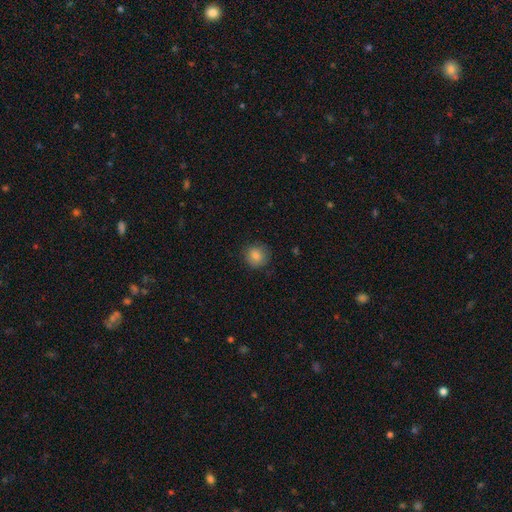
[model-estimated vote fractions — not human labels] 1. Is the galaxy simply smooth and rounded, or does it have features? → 85% smooth, 9% star or artifact, 5% featured or disk.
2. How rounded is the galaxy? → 89% round, 10% in between, 1% cigar-shaped.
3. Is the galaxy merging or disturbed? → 84% none, 12% minor disturbance, 3% major disturbance, 1% merger.